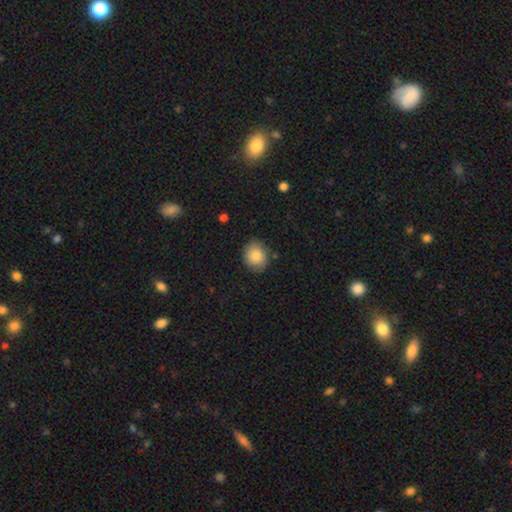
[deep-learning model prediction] Smooth or featured: smooth — 82% (featured or disk — 10%)
How rounded: round — 66% (in between — 33%)
Merging: none — 80% (minor disturbance — 15%)